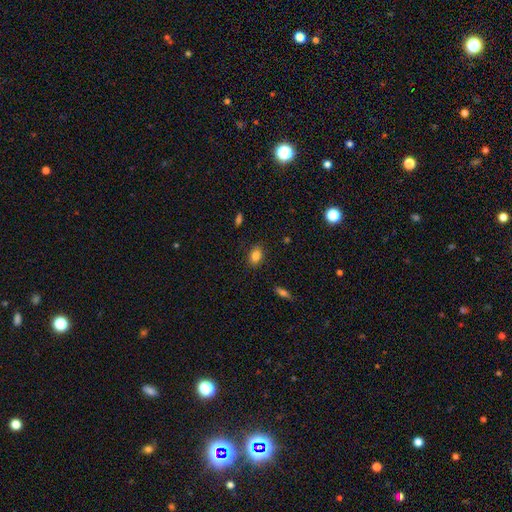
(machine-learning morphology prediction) type=smooth (85%); roundness=in between (81%); merging=none (86%).